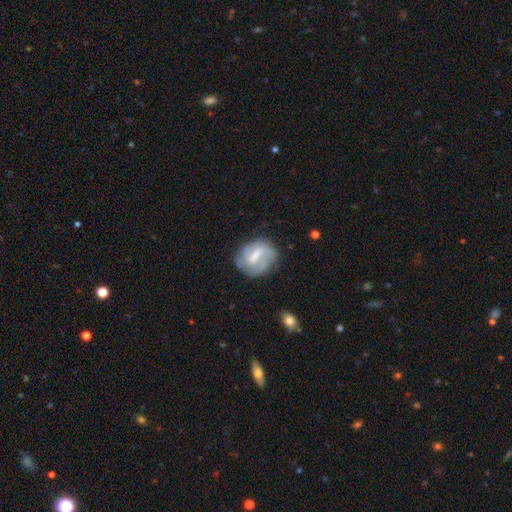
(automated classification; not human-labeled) Overall: featured or disk (66%; smooth 28%). Edge-on disk: no (97%). Bar: weak (51%; strong 34%). Spiral arms: yes (81%). Spiral arm count: 2 (44%; can't tell 26%). Spiral winding: medium (40%; tight 34%). Bulge size: moderate (38%; small 32%). Merging: none (62%; minor disturbance 23%).